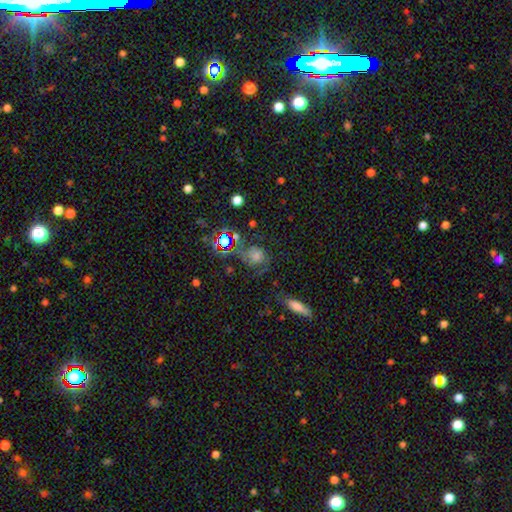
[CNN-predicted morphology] The model was most divided on "smooth or featured": star or artifact: 38%, featured or disk: 33%, smooth: 29%.